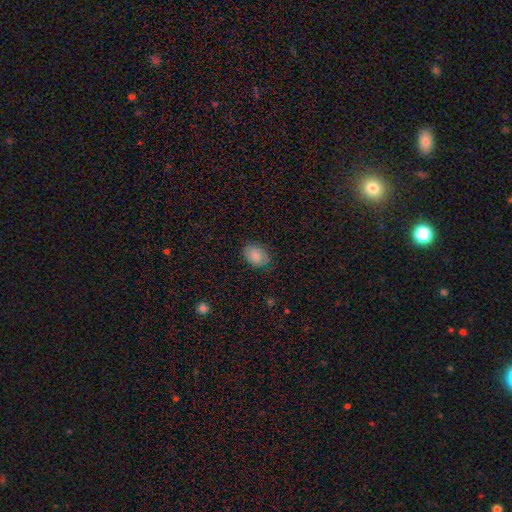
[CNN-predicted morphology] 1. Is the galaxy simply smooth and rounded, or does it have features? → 82% smooth, 10% featured or disk, 8% star or artifact.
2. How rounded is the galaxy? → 75% in between, 24% round, 1% cigar-shaped.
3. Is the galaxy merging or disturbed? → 79% none, 16% minor disturbance, 4% major disturbance, 1% merger.